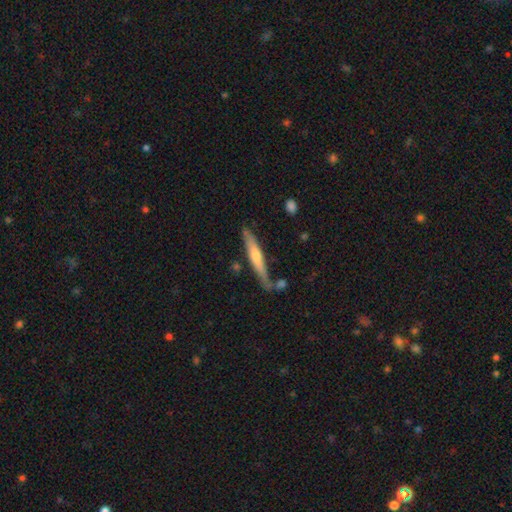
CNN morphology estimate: The model was most divided on "smooth or featured": featured or disk: 57%, smooth: 37%, star or artifact: 6%. More confident: edge-on disk — yes (93%); merging — none (75%); edge-on bulge — rounded (71%).